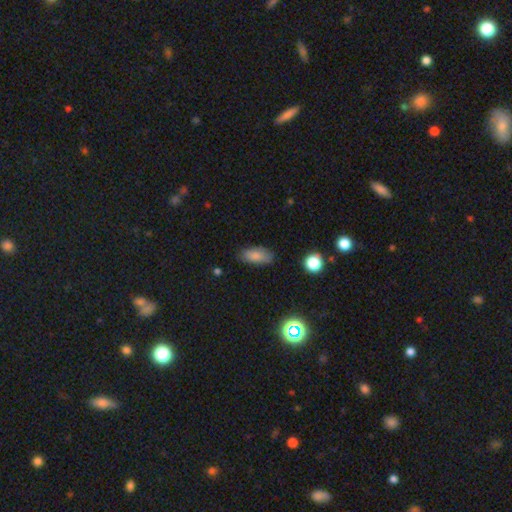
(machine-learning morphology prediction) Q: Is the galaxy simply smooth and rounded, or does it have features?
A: smooth — 84%.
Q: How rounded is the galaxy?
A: in between — 87%.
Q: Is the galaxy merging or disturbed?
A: none — 82%.